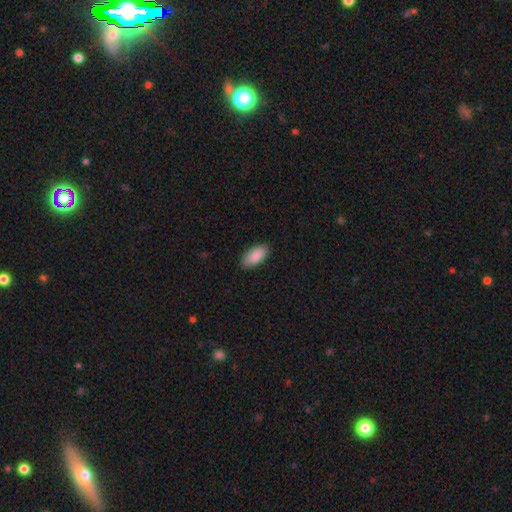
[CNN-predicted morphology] smooth 90%, star or artifact 6%, featured or disk 4%. Down the decision tree: how rounded — in between (93%); merging — none (85%).